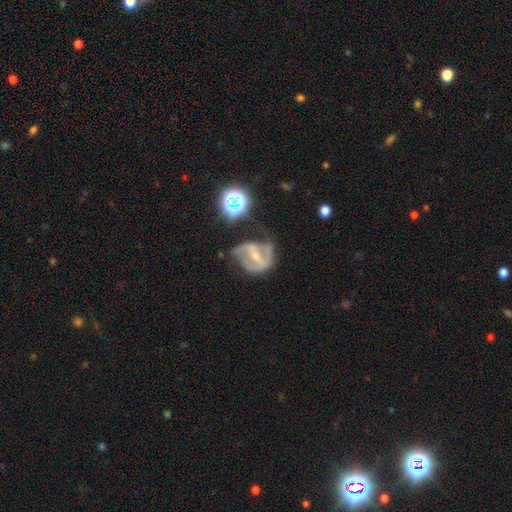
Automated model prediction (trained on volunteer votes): This appears to be a featured or disk galaxy (70%) with a strong bar (43%), spiral arms (67%) and a small central bulge (54%). Merging: none (34%).